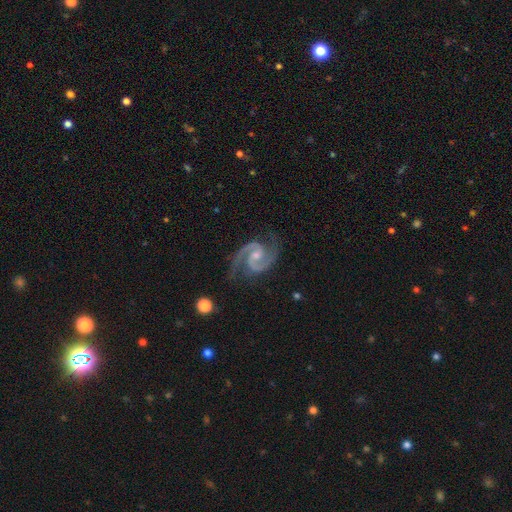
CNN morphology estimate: Smooth or featured? Predicted: featured or disk (p=0.94). Edge-on disk? Predicted: no (p=0.98). Bar? Predicted: weak (p=0.45). Spiral arms? Predicted: yes (p=0.99). Spiral winding? Predicted: medium (p=0.66). Spiral arm count? Predicted: 2 (p=0.94). Bulge size? Predicted: small (p=0.55). Merging? Predicted: none (p=0.80).